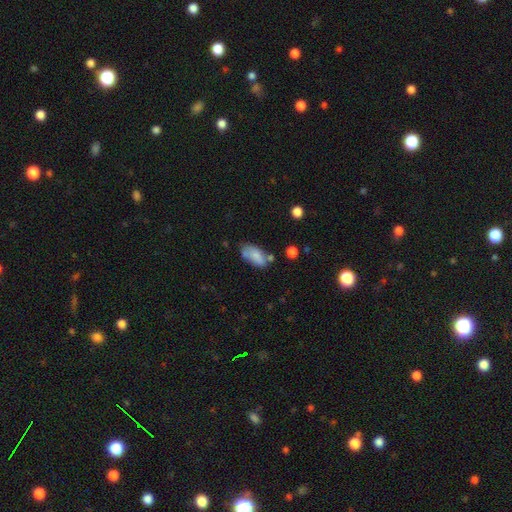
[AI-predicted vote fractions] Smooth or featured? Predicted: smooth (p=0.74). How rounded? Predicted: in between (p=0.91). Merging? Predicted: none (p=0.49).